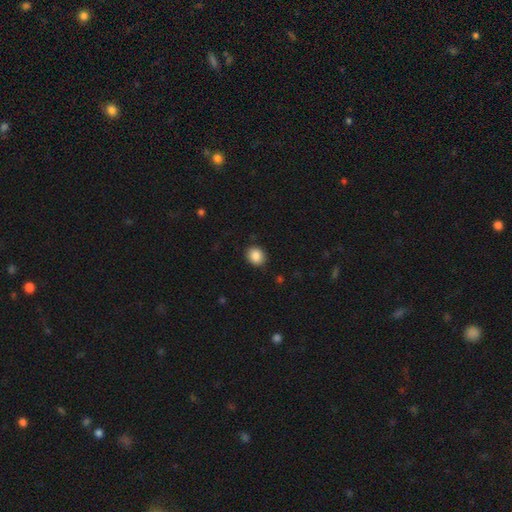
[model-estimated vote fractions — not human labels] A smooth galaxy with no disk features (87%) that is round (70%).

Vote fractions:
- Smooth or featured? smooth: 87% / star or artifact: 9% / featured or disk: 4%
- How rounded? round: 70% / in between: 29% / cigar-shaped: 1%
- Merging? none: 89% / minor disturbance: 8% / major disturbance: 2% / merger: 1%